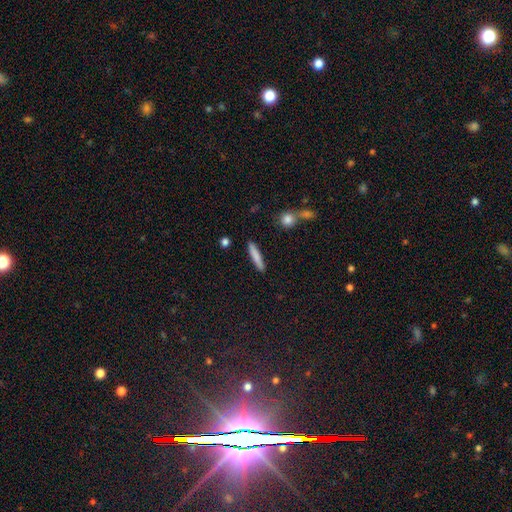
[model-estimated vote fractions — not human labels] Q: Smooth or featured?
A: smooth (79%); runner-up: featured or disk (15%)
Q: How rounded?
A: cigar-shaped (91%); runner-up: in between (7%)
Q: Merging?
A: none (89%); runner-up: minor disturbance (7%)